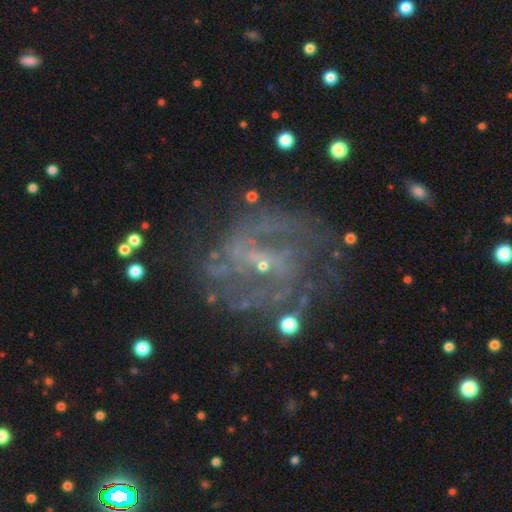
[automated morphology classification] smooth-or-featured: featured or disk: 84% | star or artifact: 9% | smooth: 6%
  disk-edge-on: no: 98% | yes: 2%
    bar: weak: 47% | no: 34% | strong: 18%
    has-spiral-arms: yes: 93% | no: 7%
      spiral-winding: medium: 47% | tight: 35% | loose: 18%
      spiral-arm-count: 2: 41% | can't tell: 25% | 3: 14% | 4: 8% | more than 4: 6% | 1: 6%
    bulge-size: small: 81% | moderate: 9% | none: 8% | large: 1% | dominant: 1%
  merging: none: 70% | minor disturbance: 16% | major disturbance: 12% | merger: 3%